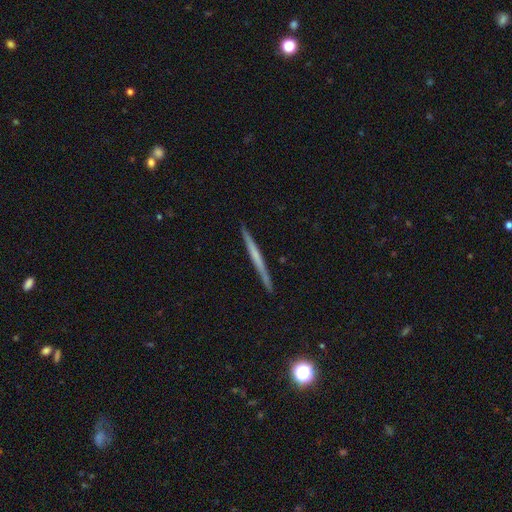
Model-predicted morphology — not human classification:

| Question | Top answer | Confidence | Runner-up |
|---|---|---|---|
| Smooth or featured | featured or disk | 53% | smooth (41%) |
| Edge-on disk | yes | 97% | no (3%) |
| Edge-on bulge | none | 85% | rounded (10%) |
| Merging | none | 92% | minor disturbance (6%) |